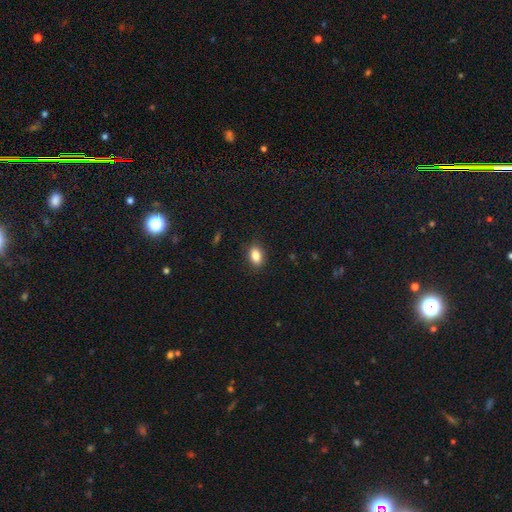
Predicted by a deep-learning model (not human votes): A smooth galaxy with no disk features (85%) that is in between round and cigar-shaped (82%). Merging: none (87%).